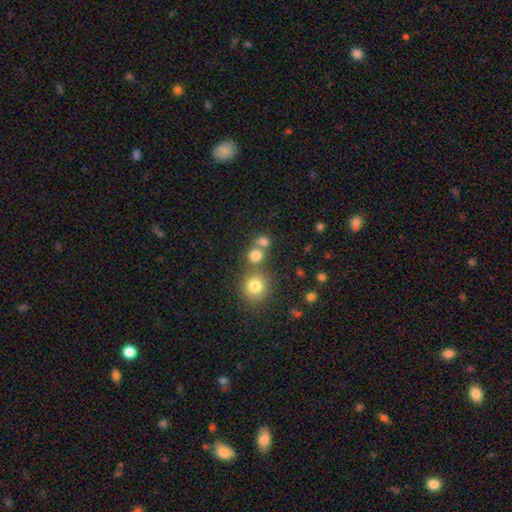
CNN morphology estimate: Overall: smooth (76%). How rounded: round (84%). Merging: none (56%; merger 32%).